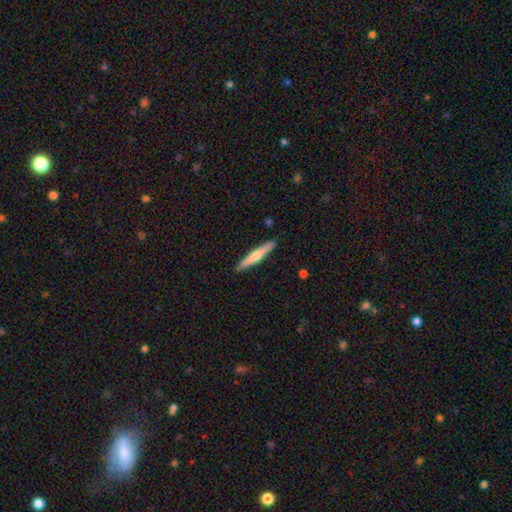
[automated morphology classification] Smooth or featured? smooth (49%)
Merging? none (90%)